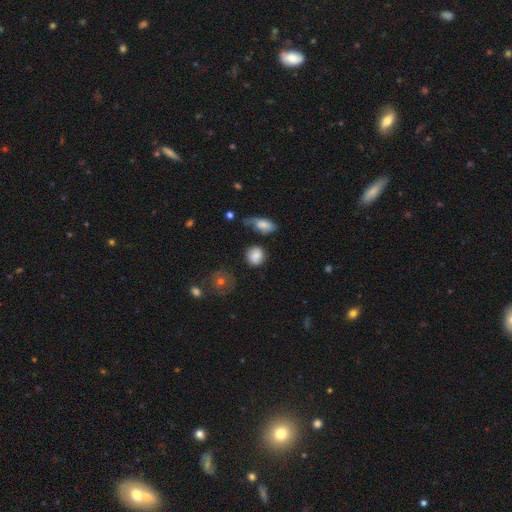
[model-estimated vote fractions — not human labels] Smooth or featured?
  - smooth: 80% *
  - featured or disk: 11%
  - star or artifact: 10%
How rounded?
  - round: 81% *
  - in between: 18%
  - cigar-shaped: 2%
Merging?
  - none: 71% *
  - minor disturbance: 18%
  - major disturbance: 6%
  - merger: 5%